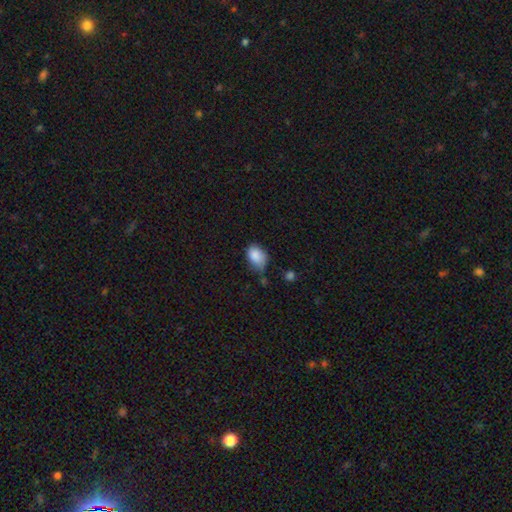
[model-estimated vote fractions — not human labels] Smooth or featured: smooth — 87% (star or artifact — 8%)
How rounded: in between — 82% (round — 17%)
Merging: none — 47% (minor disturbance — 39%)